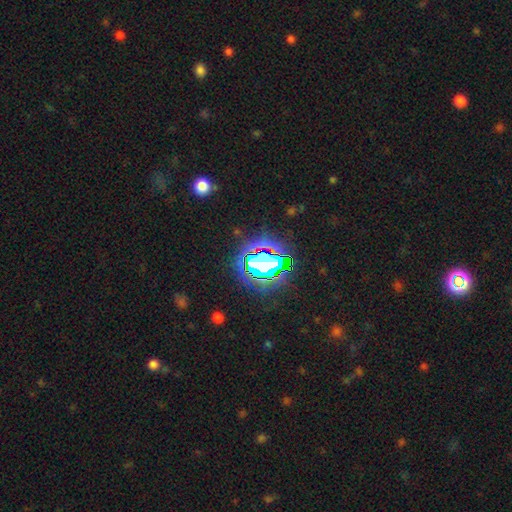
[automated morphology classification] smooth-or-featured: star or artifact: 80% | smooth: 13% | featured or disk: 8%